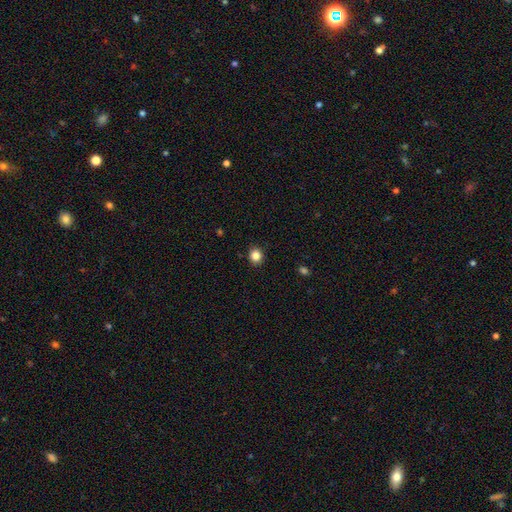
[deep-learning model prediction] Smooth or featured? smooth (84%)
How rounded? round (82%)
Merging? none (91%)